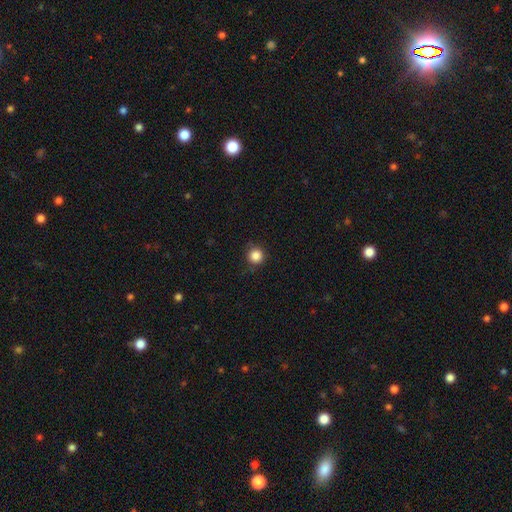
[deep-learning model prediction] This is clearly a smooth galaxy (86%). How rounded: clearly round (95%). Merging: clearly none (87%).